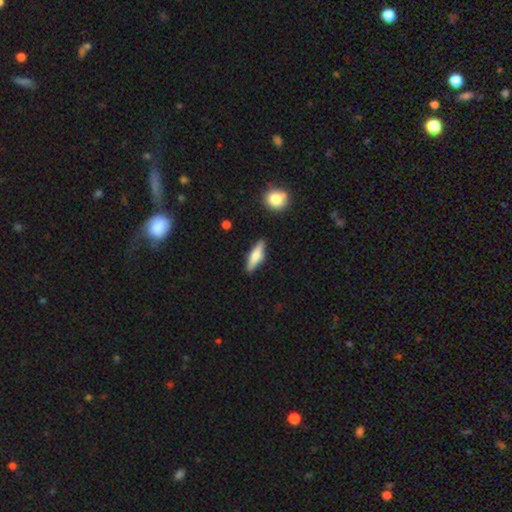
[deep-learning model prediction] A smooth galaxy with no disk features (57%) that is cigar-shaped (62%). Merging: none (85%).